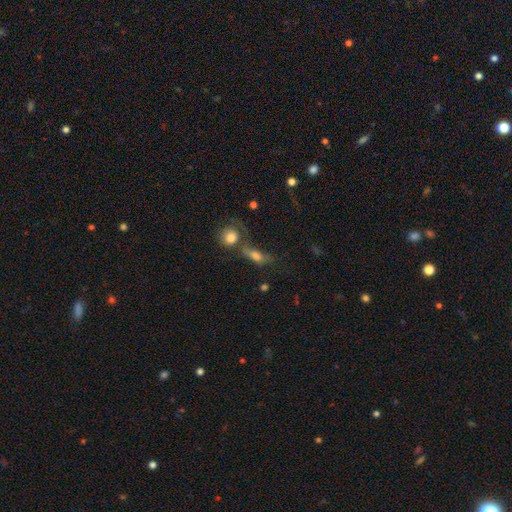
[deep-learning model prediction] smooth 63%, featured or disk 24%, star or artifact 13%. Down the decision tree: how rounded — in between (59%); merging — none (38%).